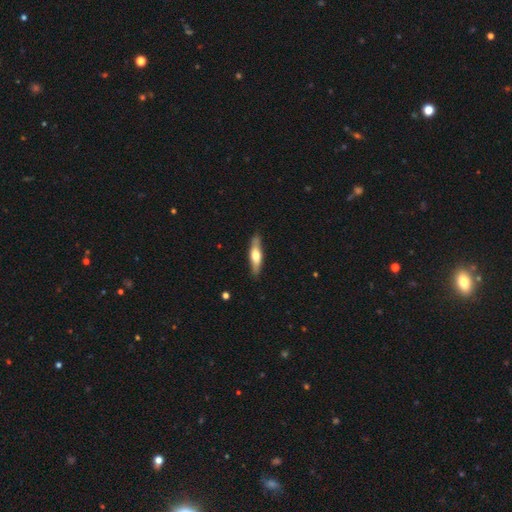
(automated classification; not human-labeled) Morphology: type=featured or disk (48%); merging=none (84%).